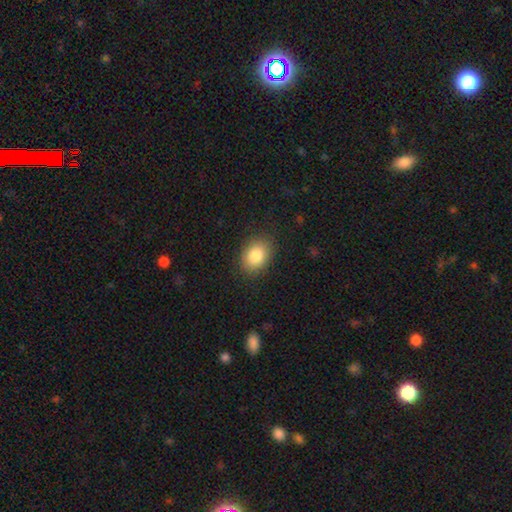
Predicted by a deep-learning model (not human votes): This appears to be a smooth galaxy with no disk features (85%) that is in between round and cigar-shaped (71%). Merging: none (85%).